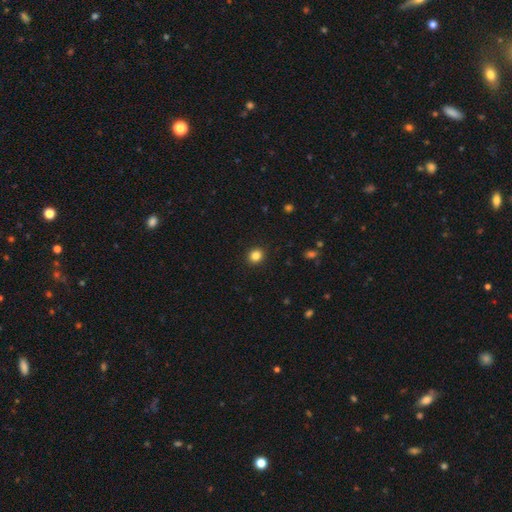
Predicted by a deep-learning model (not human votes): Smooth or featured?
  - smooth: 84% *
  - star or artifact: 12%
  - featured or disk: 5%
How rounded?
  - round: 81% *
  - in between: 18%
  - cigar-shaped: 1%
Merging?
  - none: 92% *
  - minor disturbance: 6%
  - major disturbance: 2%
  - merger: 1%